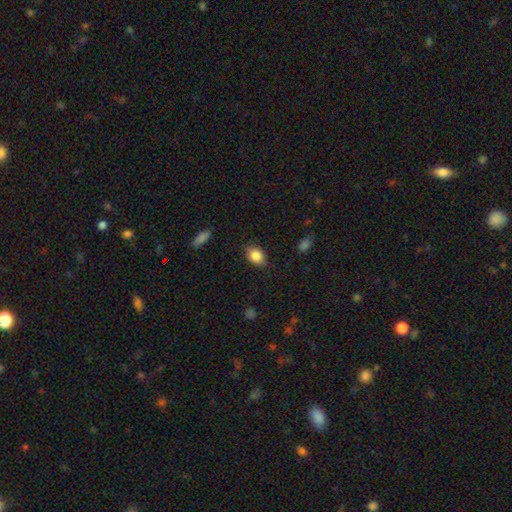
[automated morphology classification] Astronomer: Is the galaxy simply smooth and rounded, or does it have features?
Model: smooth — 84%.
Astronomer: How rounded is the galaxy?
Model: in between — 77%.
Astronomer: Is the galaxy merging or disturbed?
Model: none — 81%.